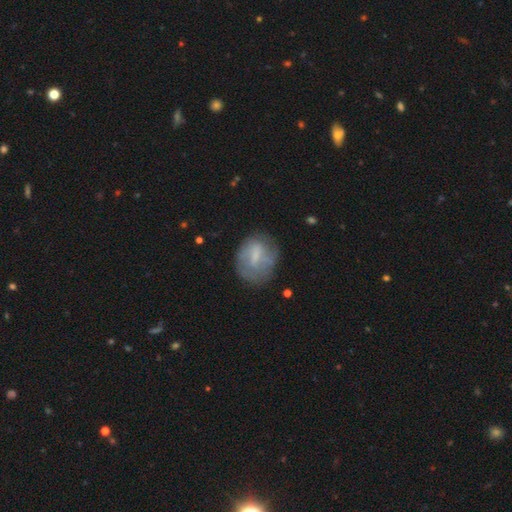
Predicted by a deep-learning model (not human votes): A smooth galaxy with no disk features (52%) that is in between round and cigar-shaped (49%, tied with round).

Vote fractions:
- Smooth or featured? smooth: 52% / featured or disk: 39% / star or artifact: 8%
- How rounded? in between: 49% (tied) / round: 49% (tied) / cigar-shaped: 2%
- Merging? none: 62% / minor disturbance: 24% / major disturbance: 12% / merger: 2%